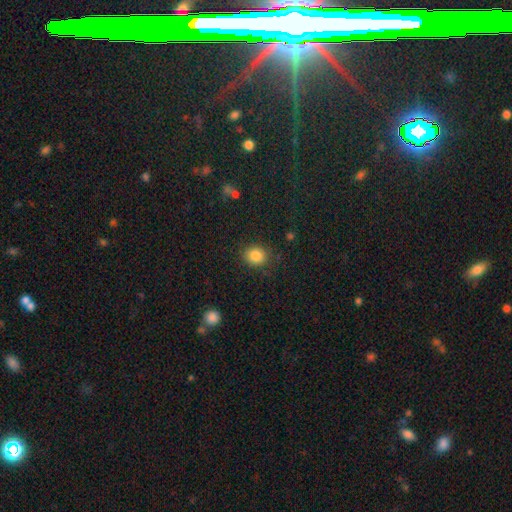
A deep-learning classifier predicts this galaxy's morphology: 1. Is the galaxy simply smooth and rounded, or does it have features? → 85% smooth, 10% star or artifact, 5% featured or disk.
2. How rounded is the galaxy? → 75% round, 24% in between, 1% cigar-shaped.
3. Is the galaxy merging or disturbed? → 85% none, 10% minor disturbance, 3% major disturbance, 1% merger.